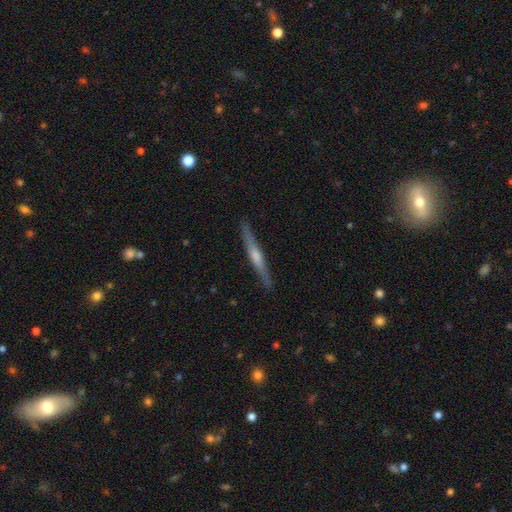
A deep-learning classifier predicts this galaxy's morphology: This appears to be a featured or disk galaxy (68%) viewed edge-on (98%) with a rounded central bulge (64%). Merging: none (90%).